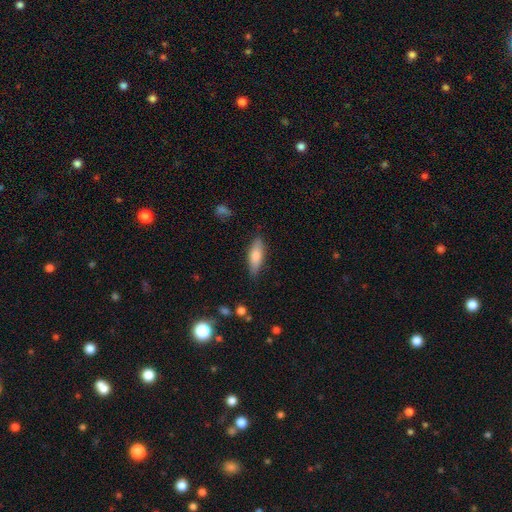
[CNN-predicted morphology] smooth_or_featured: smooth (p=0.74) [alt: featured or disk p=0.20]
how_rounded: in between (p=0.59) [alt: cigar-shaped p=0.39]
merging: none (p=0.82) [alt: minor disturbance p=0.13]